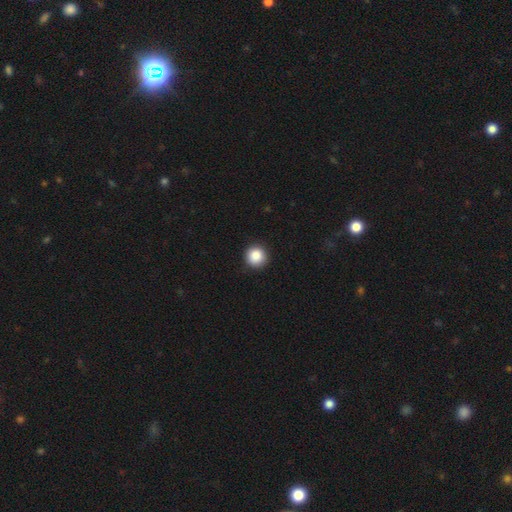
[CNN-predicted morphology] smooth_or_featured: smooth (p=0.87) [alt: star or artifact p=0.09]
how_rounded: round (p=0.95) [alt: in between p=0.04]
merging: none (p=0.91) [alt: minor disturbance p=0.06]